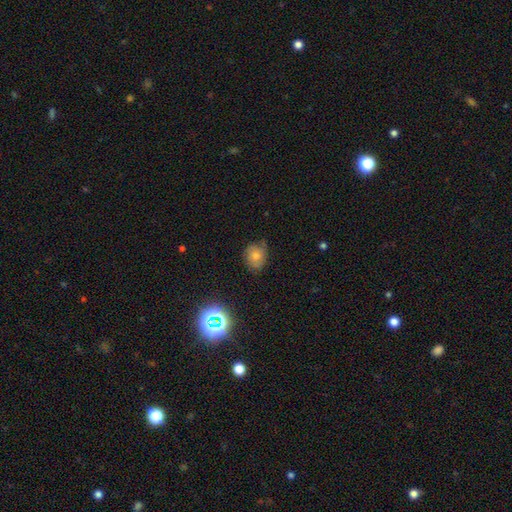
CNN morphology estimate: A smooth galaxy with no disk features (62%) that is round (61%).

Vote fractions:
- Smooth or featured? smooth: 62% / featured or disk: 24% / star or artifact: 15%
- How rounded? round: 61% / in between: 38% / cigar-shaped: 1%
- Merging? none: 64% / minor disturbance: 28% / major disturbance: 6% / merger: 2%